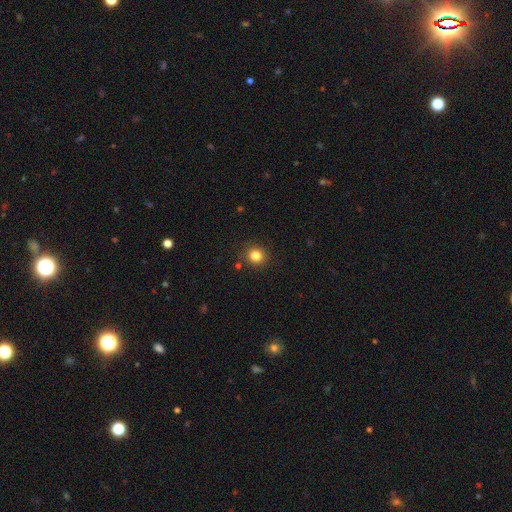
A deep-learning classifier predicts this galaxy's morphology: The model was most divided on "smooth or featured": smooth: 83%, star or artifact: 12%, featured or disk: 5%. More confident: how rounded — round (89%); merging — none (88%).